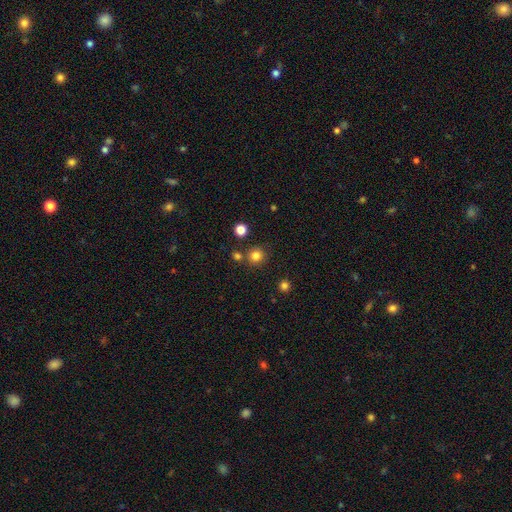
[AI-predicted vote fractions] A smooth galaxy with no disk features (81%) that is round (92%). Merging: none (80%).